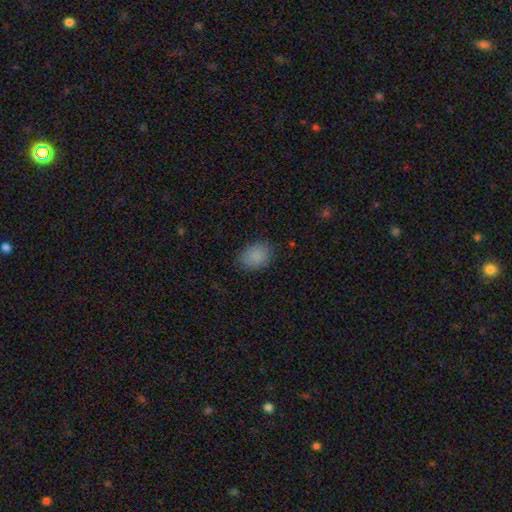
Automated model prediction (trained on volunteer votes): This appears to be a smooth galaxy with no disk features (87%) that is in between round and cigar-shaped (70%). Merging: none (83%).